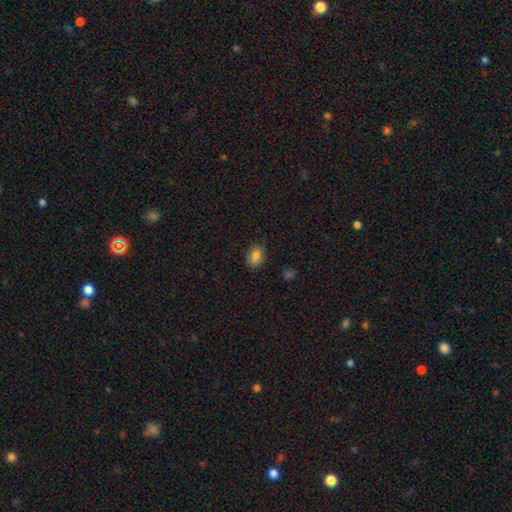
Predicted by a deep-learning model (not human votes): Smooth or featured?
  - smooth: 82% *
  - star or artifact: 9%
  - featured or disk: 9%
How rounded?
  - in between: 75% *
  - round: 23%
  - cigar-shaped: 2%
Merging?
  - none: 79% *
  - minor disturbance: 17%
  - major disturbance: 3%
  - merger: 1%